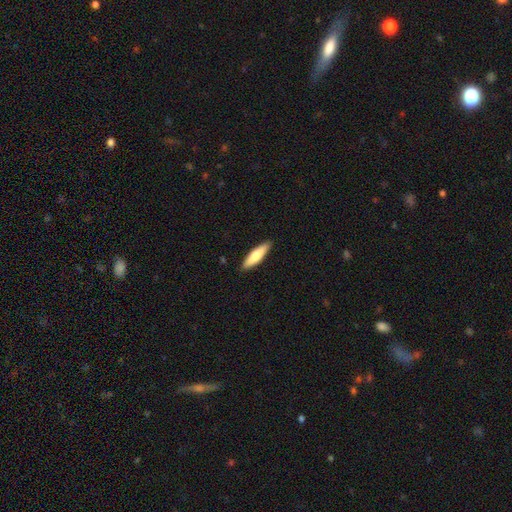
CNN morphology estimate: Overall: smooth (70%). How rounded: cigar-shaped (69%). Merging: none (90%).